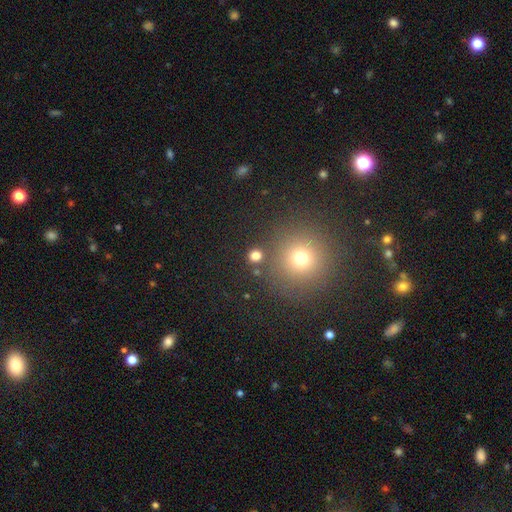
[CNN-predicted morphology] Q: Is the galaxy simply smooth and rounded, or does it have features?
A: smooth — 75%.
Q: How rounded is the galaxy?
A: round — 91%.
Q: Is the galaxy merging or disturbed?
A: none — 83%.